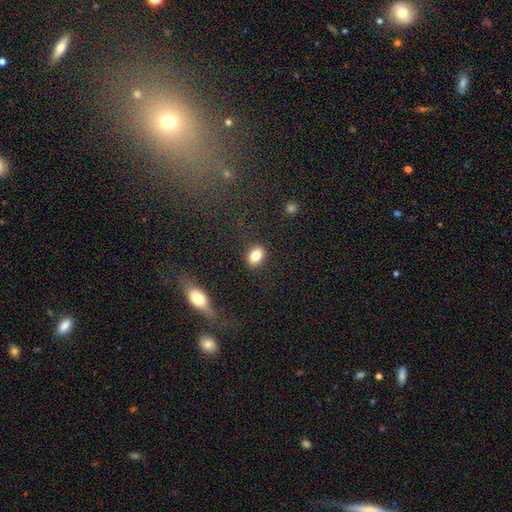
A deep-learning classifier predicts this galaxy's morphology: Smooth or featured: smooth — 83% (star or artifact — 9%)
How rounded: in between — 75% (round — 23%)
Merging: none — 86% (minor disturbance — 9%)